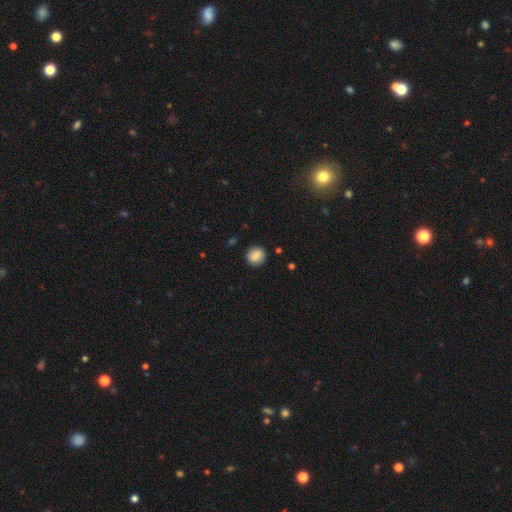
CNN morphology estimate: Smooth or featured?
  - smooth: 85% *
  - star or artifact: 9%
  - featured or disk: 7%
How rounded?
  - round: 81% *
  - in between: 17%
  - cigar-shaped: 1%
Merging?
  - none: 86% *
  - minor disturbance: 10%
  - major disturbance: 3%
  - merger: 2%